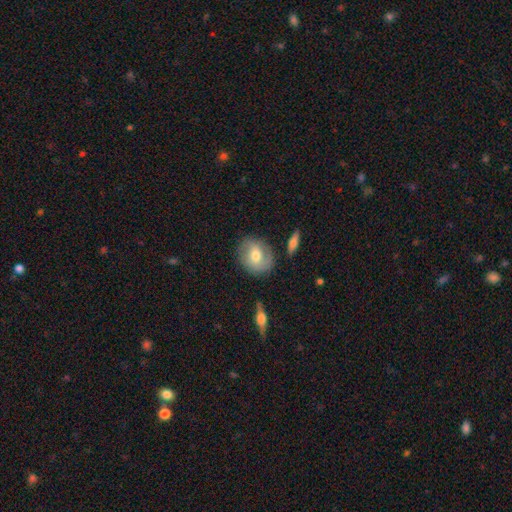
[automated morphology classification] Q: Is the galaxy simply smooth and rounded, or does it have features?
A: smooth — 52%.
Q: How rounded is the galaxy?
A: round — 64%.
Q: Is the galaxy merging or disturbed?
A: none — 79%.